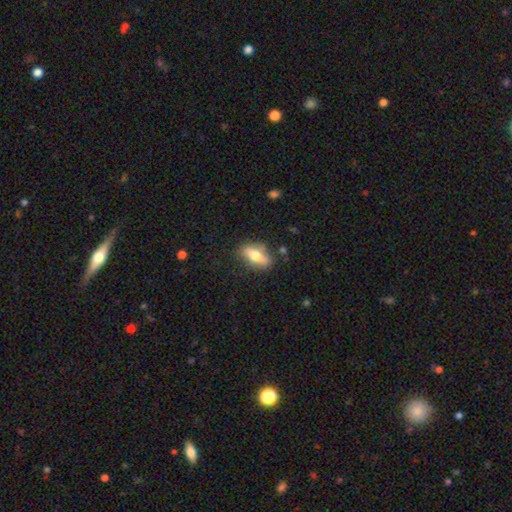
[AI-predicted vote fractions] Overall: smooth (60%; featured or disk 33%). How rounded: in between (76%). Merging: none (80%).